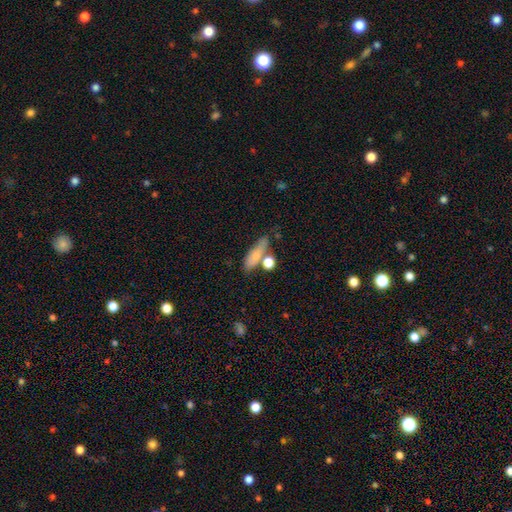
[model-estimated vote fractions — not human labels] smooth-or-featured: smooth: 74% | featured or disk: 17% | star or artifact: 9%
  how-rounded: in between: 51% | cigar-shaped: 41% | round: 9%
  merging: none: 54% | merger: 20% | minor disturbance: 18% | major disturbance: 7%